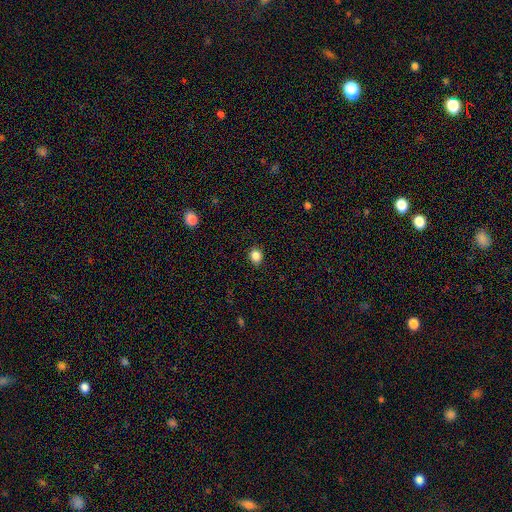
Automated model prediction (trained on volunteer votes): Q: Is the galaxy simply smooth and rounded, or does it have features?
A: smooth — 86%.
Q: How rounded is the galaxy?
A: round — 70%.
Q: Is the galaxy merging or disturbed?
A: none — 89%.